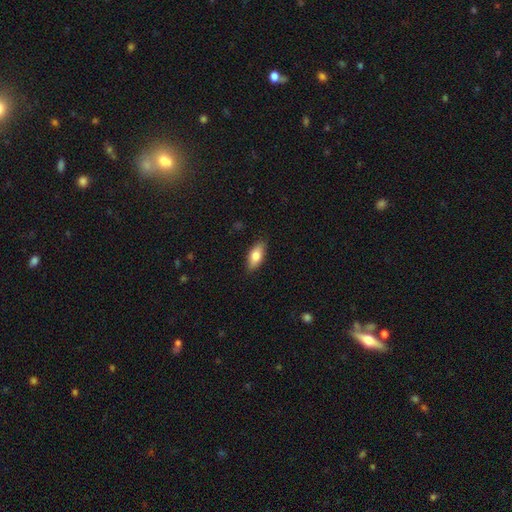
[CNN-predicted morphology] This appears to be a smooth galaxy with no disk features (77%) that is in between round and cigar-shaped (82%). Merging: none (87%).